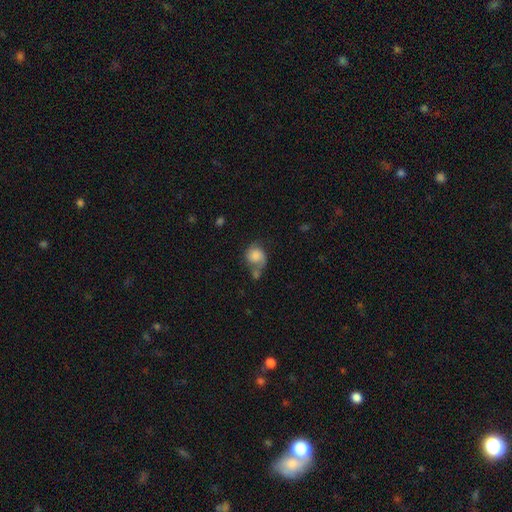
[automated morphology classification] A smooth galaxy with no disk features (63%) that is round (69%). Merging: none (33%).